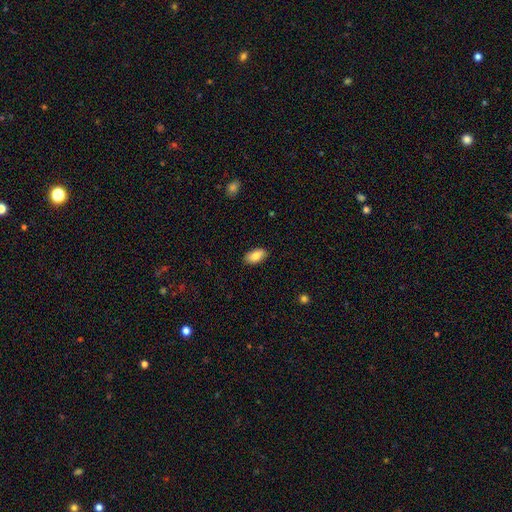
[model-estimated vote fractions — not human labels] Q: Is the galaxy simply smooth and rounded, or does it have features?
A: smooth — 85%.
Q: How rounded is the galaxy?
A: in between — 94%.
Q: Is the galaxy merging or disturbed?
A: none — 88%.